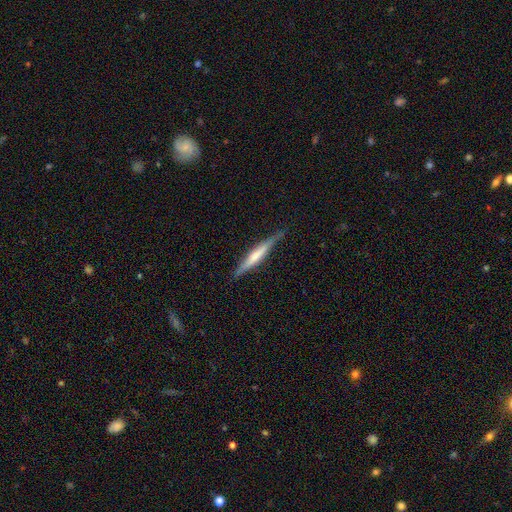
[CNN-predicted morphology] A featured or disk galaxy (54%) viewed edge-on (97%) with no central bulge (40%).

Vote fractions:
- Smooth or featured? featured or disk: 54% / smooth: 41% / star or artifact: 5%
- Edge-on disk? yes: 97% / no: 3%
- Edge-on bulge? none: 40% / rounded: 39% / boxy: 22%
- Merging? none: 83% / minor disturbance: 13% / major disturbance: 2% / merger: 1%